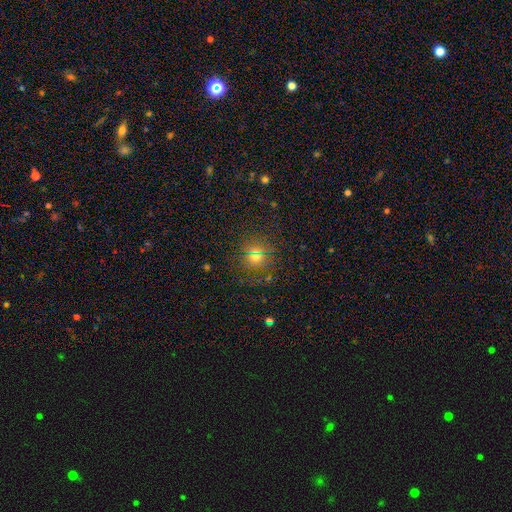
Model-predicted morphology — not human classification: Smooth or featured?
  - smooth: 61% *
  - star or artifact: 29%
  - featured or disk: 11%
How rounded?
  - round: 90% *
  - in between: 9%
  - cigar-shaped: 1%
Merging?
  - none: 83% *
  - minor disturbance: 9%
  - major disturbance: 4%
  - merger: 3%